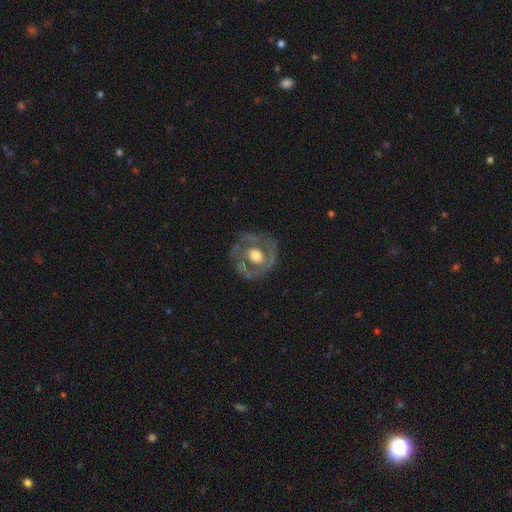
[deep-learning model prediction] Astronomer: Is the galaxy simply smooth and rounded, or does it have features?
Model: featured or disk — 71%.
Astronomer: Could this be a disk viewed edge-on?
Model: no — 96%.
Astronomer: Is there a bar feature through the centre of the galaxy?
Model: no — 69%.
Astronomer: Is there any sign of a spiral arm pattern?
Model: yes — 50%, tied with no at 50%.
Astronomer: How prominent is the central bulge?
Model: moderate — 62%.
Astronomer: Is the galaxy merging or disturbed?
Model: none — 67%.